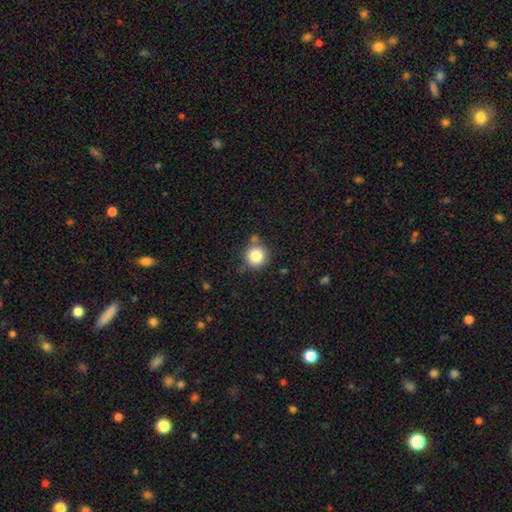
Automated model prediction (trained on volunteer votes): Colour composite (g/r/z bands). It shows a smooth galaxy with no disk features (81%) that is round (94%). Merging: none (76%).